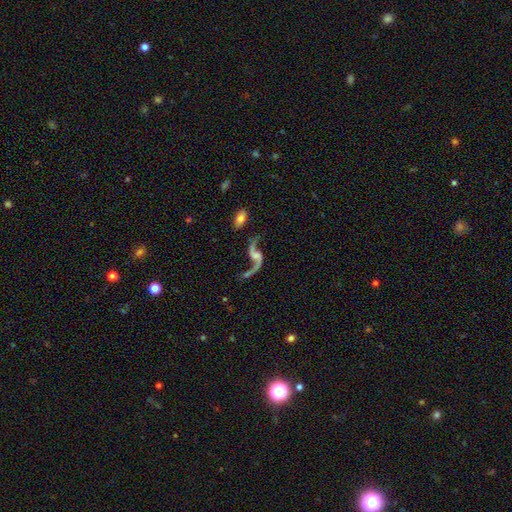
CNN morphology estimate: The model was most divided on "bulge size": none: 46%, small: 31%, moderate: 16%, large: 5%, dominant: 2%. More confident: edge-on disk — no (97%); spiral arms — yes (95%); spiral winding — loose (93%); spiral arm count — 2 (91%); smooth or featured — featured or disk (89%); merging — none (61%); bar — no (52%).